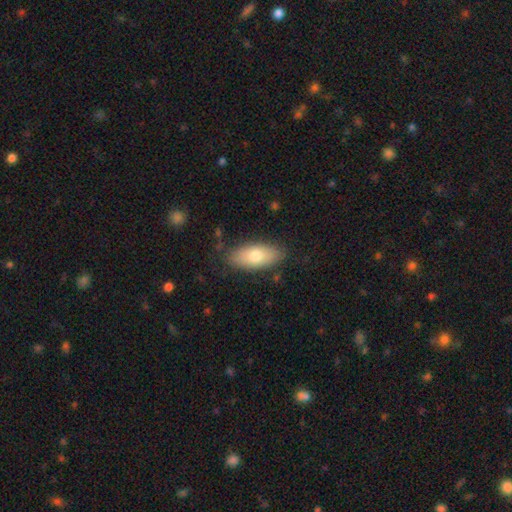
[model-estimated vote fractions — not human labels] A smooth galaxy with no disk features (74%) that is in between round and cigar-shaped (85%). Merging: none (82%).